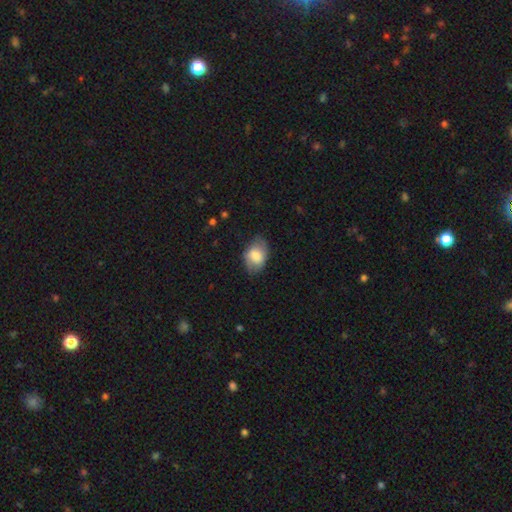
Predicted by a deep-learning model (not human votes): Smooth or featured?
  - smooth: 76% *
  - featured or disk: 18%
  - star or artifact: 7%
How rounded?
  - in between: 85% *
  - round: 14%
  - cigar-shaped: 1%
Merging?
  - none: 70% *
  - minor disturbance: 22%
  - major disturbance: 6%
  - merger: 1%